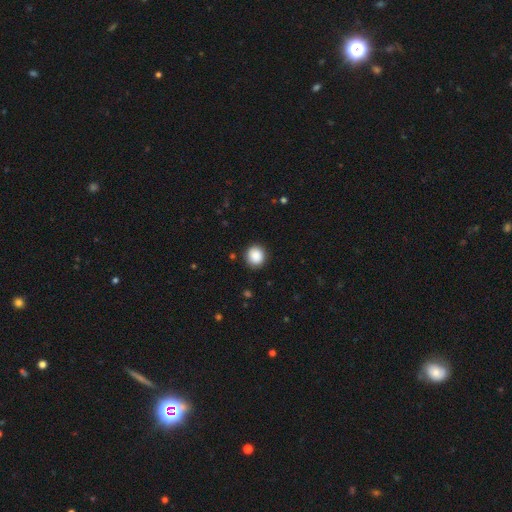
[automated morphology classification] This is clearly a smooth galaxy (88%). How rounded: clearly round (89%). Merging: clearly none (90%).